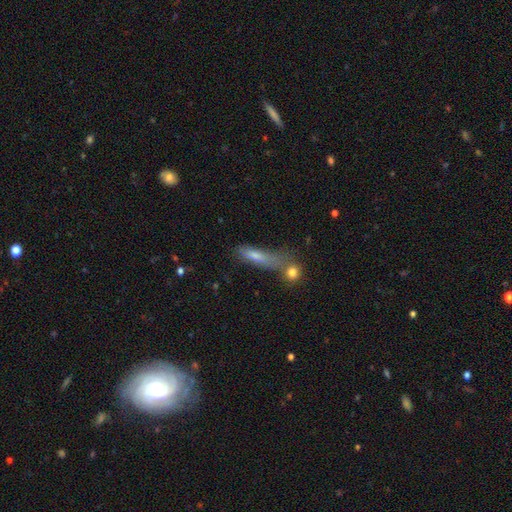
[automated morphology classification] smooth-or-featured: smooth: 61% | featured or disk: 26% | star or artifact: 13%
  how-rounded: cigar-shaped: 76% | in between: 20% | round: 4%
  merging: none: 49% | minor disturbance: 20% | merger: 20% | major disturbance: 12%